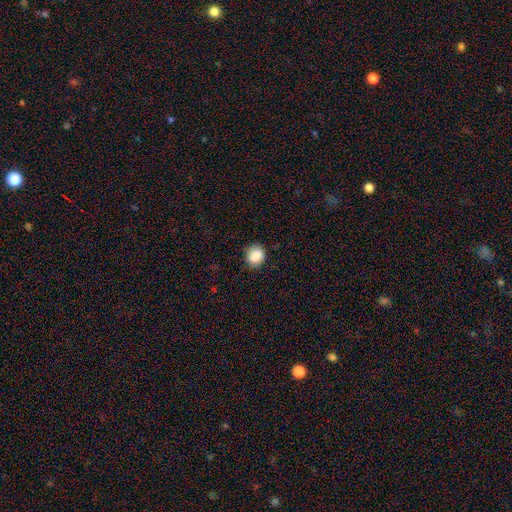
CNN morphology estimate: Q: Smooth or featured?
A: smooth (88%); runner-up: star or artifact (8%)
Q: How rounded?
A: round (76%); runner-up: in between (23%)
Q: Merging?
A: none (84%); runner-up: minor disturbance (12%)